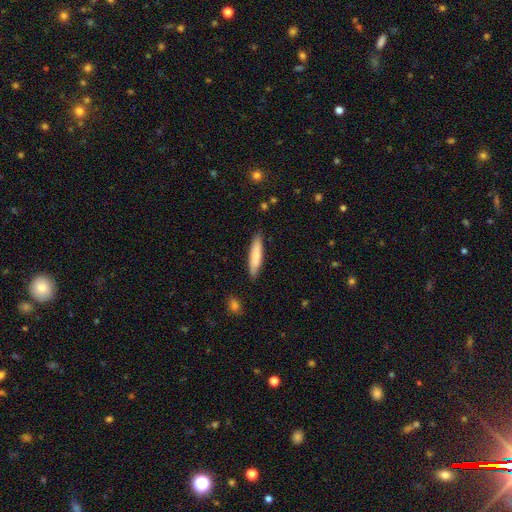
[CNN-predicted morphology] Smooth or featured? Predicted: smooth (p=0.78). How rounded? Predicted: cigar-shaped (p=0.84). Merging? Predicted: none (p=0.86).